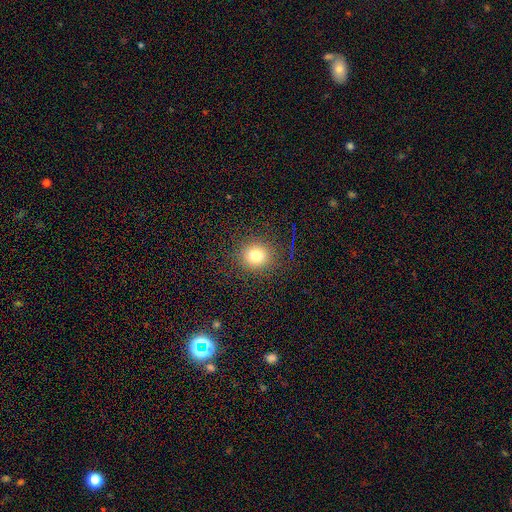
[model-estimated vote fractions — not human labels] smooth 77%, star or artifact 15%, featured or disk 8%. Down the decision tree: how rounded — round (88%); merging — none (89%).